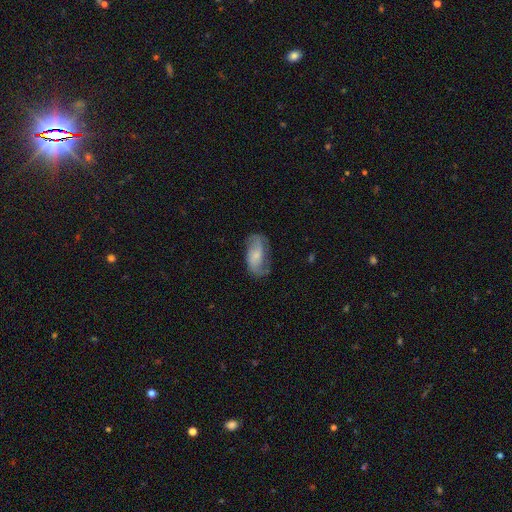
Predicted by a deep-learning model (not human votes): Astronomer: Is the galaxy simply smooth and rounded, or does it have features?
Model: featured or disk — 55% (runner-up: smooth, 38%).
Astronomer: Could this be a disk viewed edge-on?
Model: no — 95%.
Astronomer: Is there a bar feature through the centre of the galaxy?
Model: no — 52% (runner-up: weak, 37%).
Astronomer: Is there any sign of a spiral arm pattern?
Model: yes — 86%.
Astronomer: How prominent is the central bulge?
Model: small — 41% (runner-up: moderate, 29%).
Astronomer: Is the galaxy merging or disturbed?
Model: none — 61%.